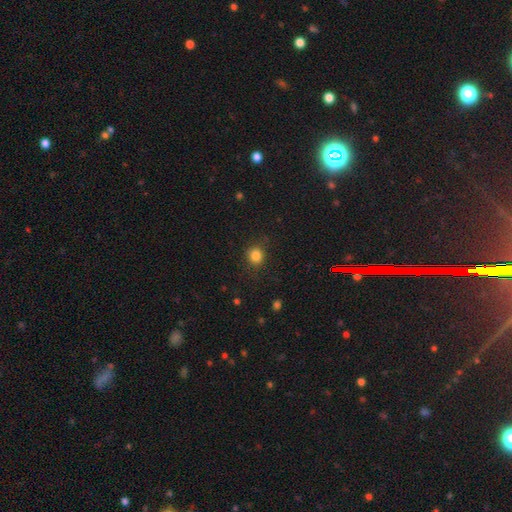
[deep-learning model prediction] A smooth galaxy with no disk features (84%) that is round (80%). Merging: none (82%).